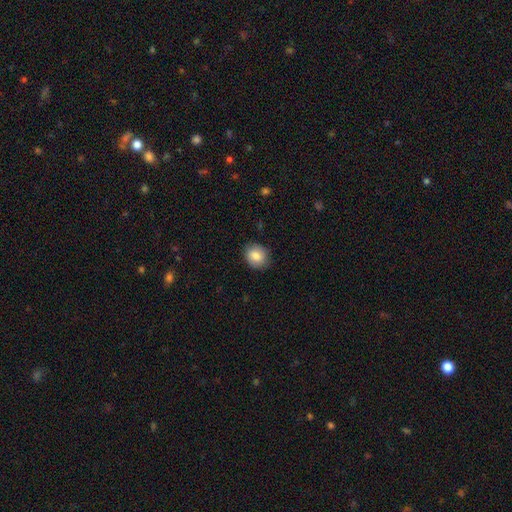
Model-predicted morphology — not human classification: A smooth galaxy with no disk features (84%) that is round (70%). Merging: none (85%).